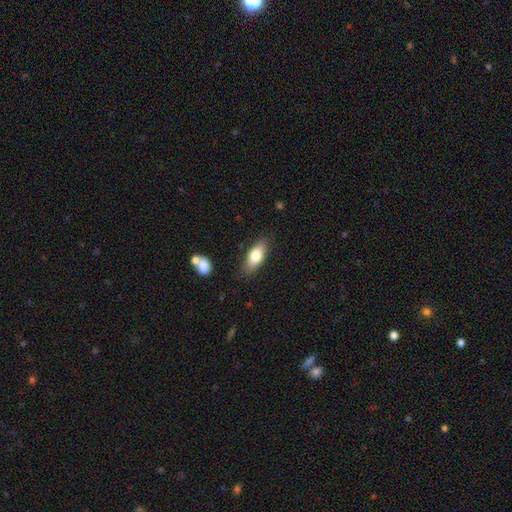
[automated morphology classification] smooth 76%, featured or disk 17%, star or artifact 7%. Down the decision tree: how rounded — in between (79%); merging — none (82%).